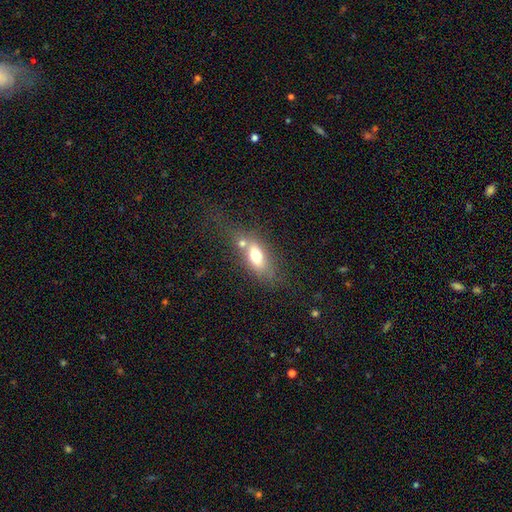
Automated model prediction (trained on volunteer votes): Morphology: type=smooth (65%); roundness=in between (76%); merging=merger (39%).